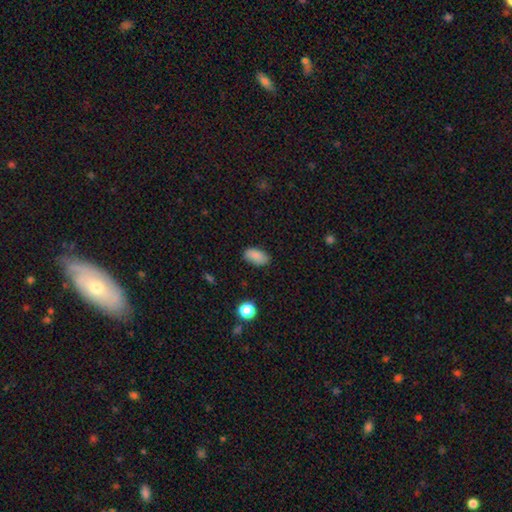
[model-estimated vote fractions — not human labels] Smooth or featured?
  - smooth: 85% *
  - star or artifact: 9%
  - featured or disk: 6%
How rounded?
  - in between: 92% *
  - round: 4%
  - cigar-shaped: 3%
Merging?
  - none: 82% *
  - minor disturbance: 14%
  - major disturbance: 3%
  - merger: 1%